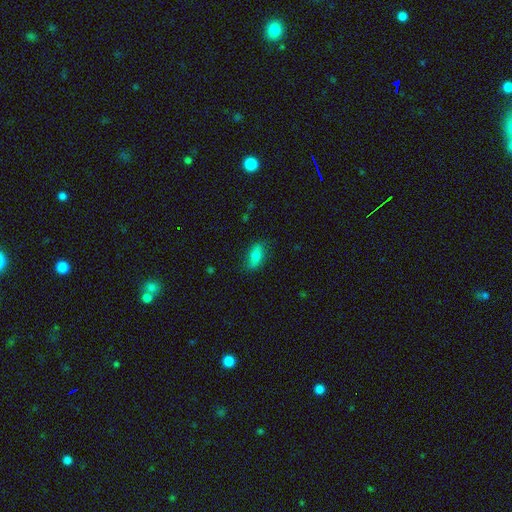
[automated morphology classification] smooth 74%, featured or disk 18%, star or artifact 8%. Down the decision tree: how rounded — in between (83%); merging — none (78%).